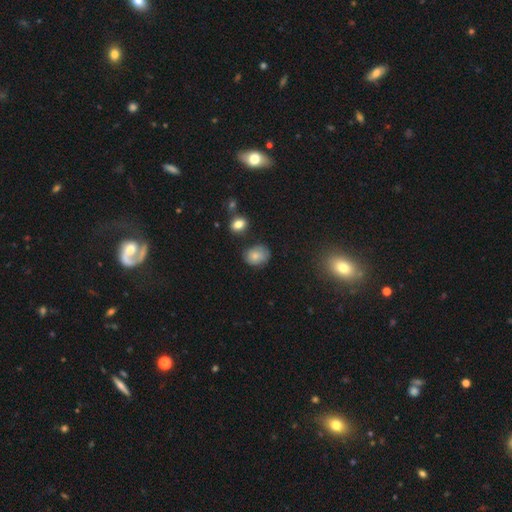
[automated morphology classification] Smooth or featured? smooth (76%)
How rounded? round (50%)
Merging? none (62%)